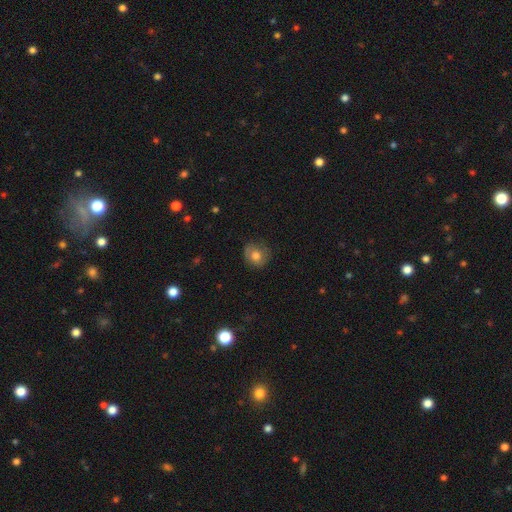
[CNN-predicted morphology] This appears to be a smooth galaxy with no disk features (70%) that is round (78%). Merging: none (72%).